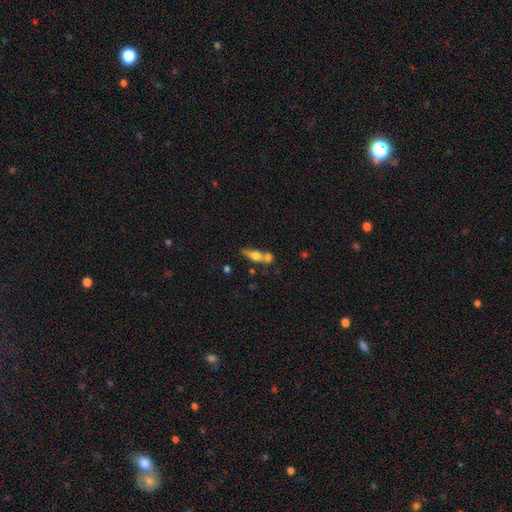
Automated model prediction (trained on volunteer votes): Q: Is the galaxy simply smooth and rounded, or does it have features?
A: smooth — 48%.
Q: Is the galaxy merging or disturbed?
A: none — 42%.